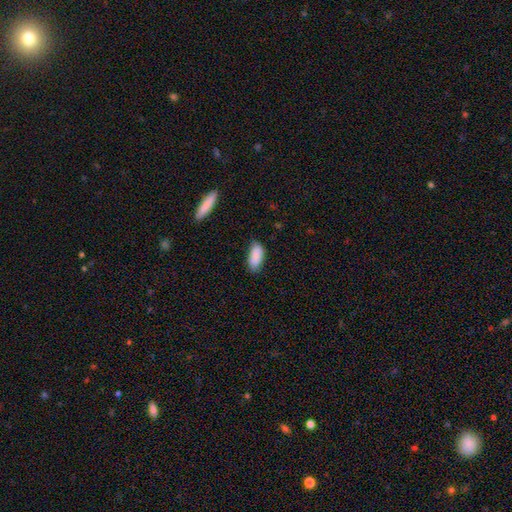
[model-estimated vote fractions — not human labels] Smooth or featured? smooth (88%)
How rounded? in between (89%)
Merging? none (72%)